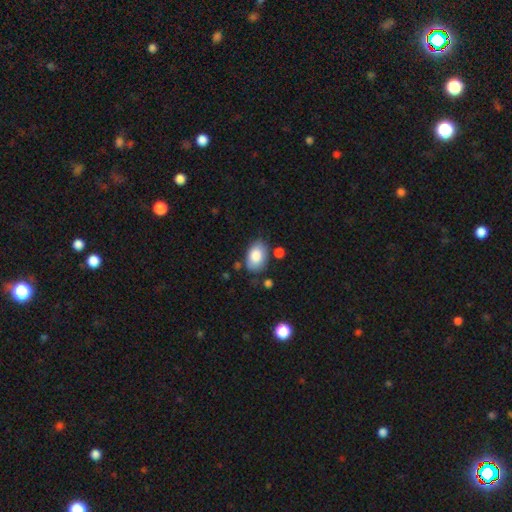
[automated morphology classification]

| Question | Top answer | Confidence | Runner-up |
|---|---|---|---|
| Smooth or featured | smooth | 84% | featured or disk (9%) |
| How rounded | in between | 89% | round (10%) |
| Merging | none | 71% | minor disturbance (19%) |